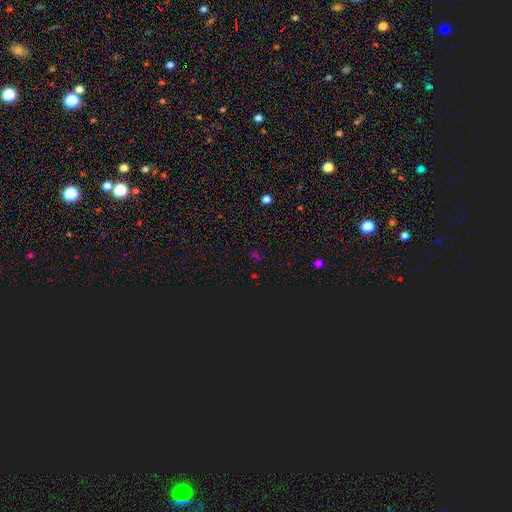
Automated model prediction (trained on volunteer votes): Morphology: type=star or artifact (63%).